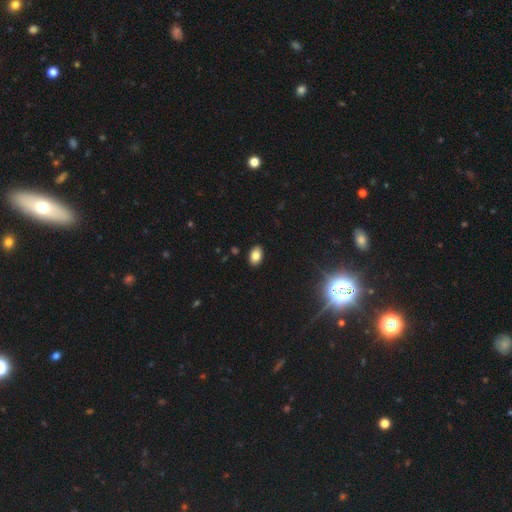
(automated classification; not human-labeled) A smooth galaxy with no disk features (83%) that is in between round and cigar-shaped (87%). Merging: none (90%).